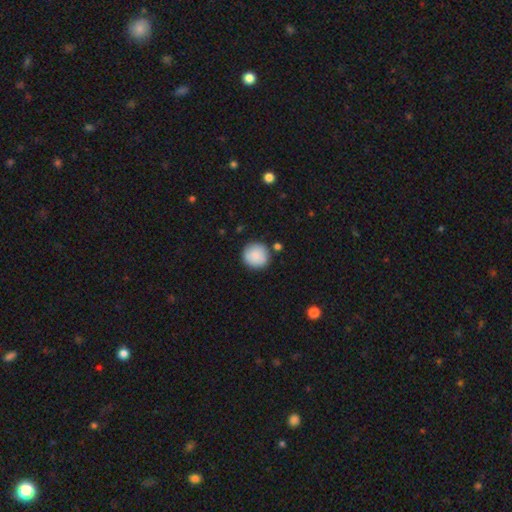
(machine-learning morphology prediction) A smooth galaxy with no disk features (83%) that is round (94%). Merging: none (82%).